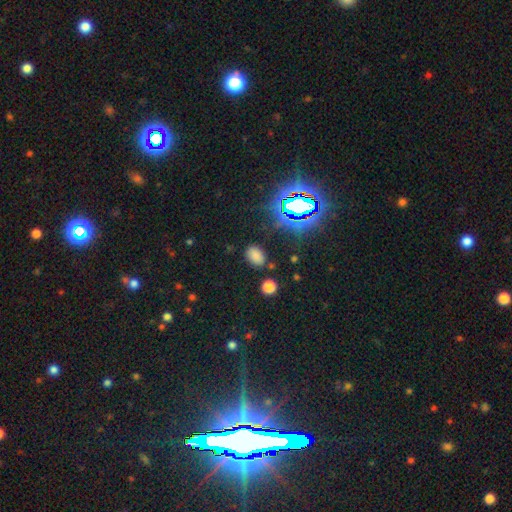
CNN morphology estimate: smooth-or-featured: smooth: 70% | star or artifact: 24% | featured or disk: 6%
  how-rounded: in between: 85% | round: 14% | cigar-shaped: 1%
  merging: none: 81% | minor disturbance: 12% | major disturbance: 4% | merger: 3%